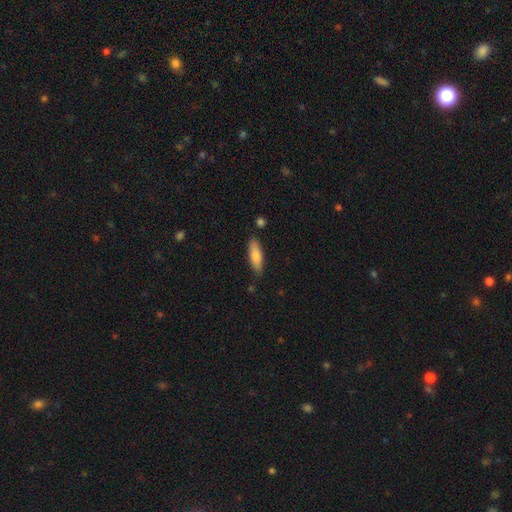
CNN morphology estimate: smooth 77%, featured or disk 17%, star or artifact 6%. Down the decision tree: how rounded — cigar-shaped (52%); merging — none (81%).